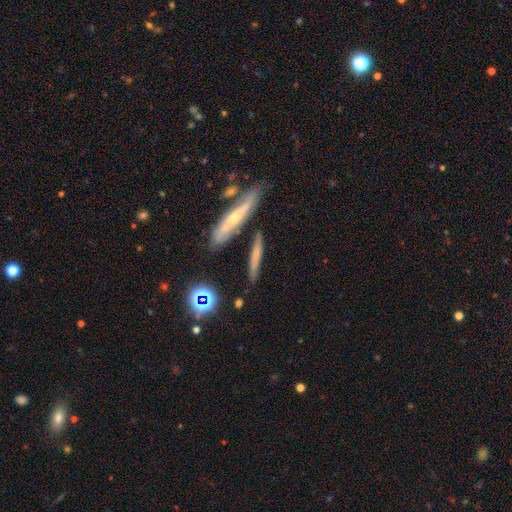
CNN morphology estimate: type=smooth (51%); roundness=cigar-shaped (85%); merging=none (76%).